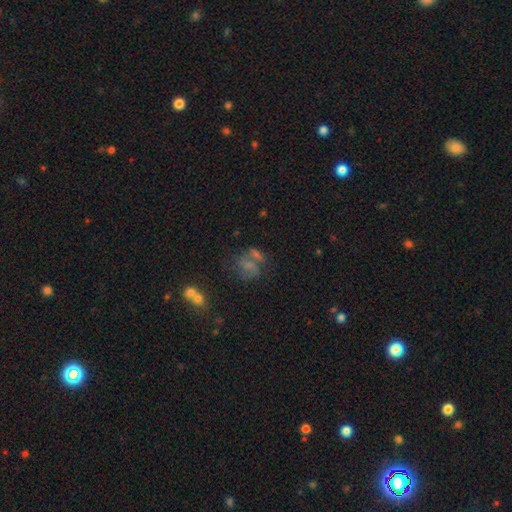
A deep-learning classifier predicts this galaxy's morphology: smooth_or_featured: featured or disk (p=0.38) [alt: smooth p=0.36]
merging: none (p=0.47) [alt: merger p=0.22]